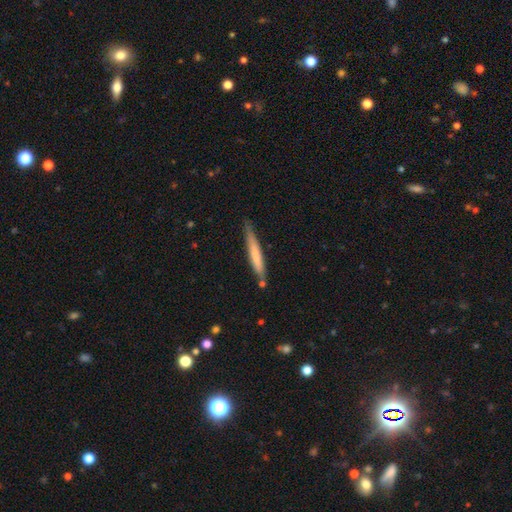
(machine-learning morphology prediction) smooth 64%, featured or disk 30%, star or artifact 5%. Down the decision tree: how rounded — cigar-shaped (95%); merging — none (77%).